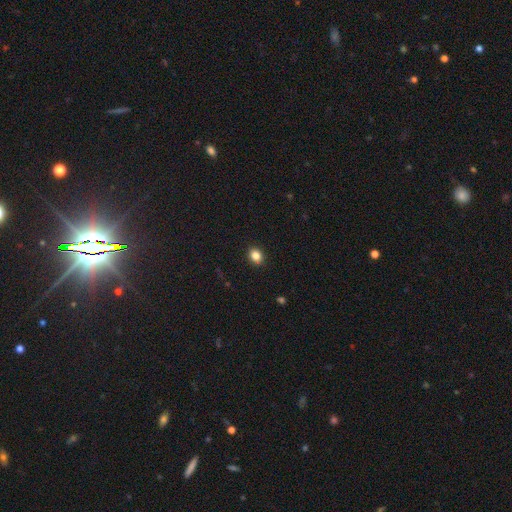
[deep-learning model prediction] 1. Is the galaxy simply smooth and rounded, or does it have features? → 85% smooth, 11% star or artifact, 5% featured or disk.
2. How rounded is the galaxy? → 51% round, 48% in between, 1% cigar-shaped.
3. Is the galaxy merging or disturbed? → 90% none, 7% minor disturbance, 2% major disturbance, 1% merger.